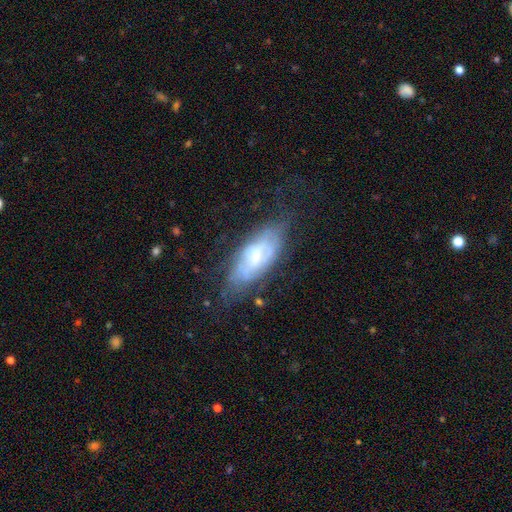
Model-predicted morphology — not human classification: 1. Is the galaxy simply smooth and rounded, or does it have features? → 58% featured or disk, 33% smooth, 9% star or artifact.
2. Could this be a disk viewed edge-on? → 77% no, 23% yes.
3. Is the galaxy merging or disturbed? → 57% none, 27% minor disturbance, 14% major disturbance, 2% merger.